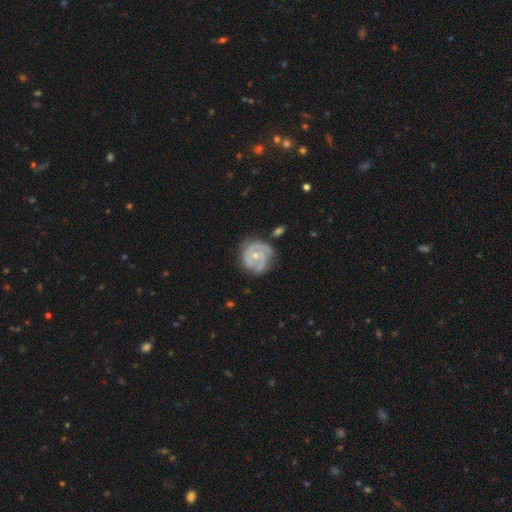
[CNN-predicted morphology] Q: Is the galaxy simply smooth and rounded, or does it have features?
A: featured or disk — 83%.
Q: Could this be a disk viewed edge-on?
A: no — 98%.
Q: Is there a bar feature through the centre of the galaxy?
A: no — 71%.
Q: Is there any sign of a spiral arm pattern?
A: yes — 94%.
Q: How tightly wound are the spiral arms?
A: tight — 65%.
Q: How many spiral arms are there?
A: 2 — 40%.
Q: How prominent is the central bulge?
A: small — 58%.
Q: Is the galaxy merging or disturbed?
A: none — 65%.